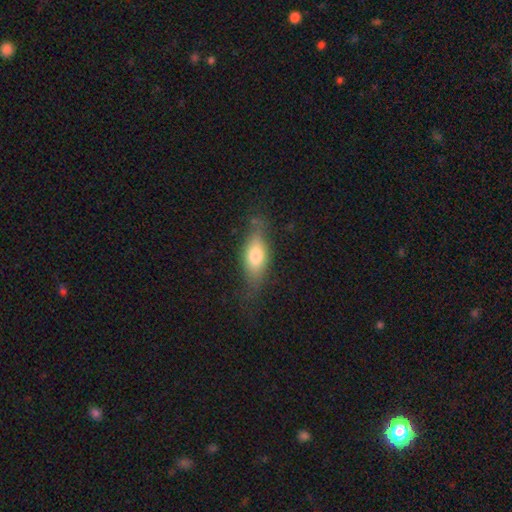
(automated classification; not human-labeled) Q: Smooth or featured?
A: smooth (68%); runner-up: featured or disk (25%)
Q: How rounded?
A: in between (75%); runner-up: cigar-shaped (21%)
Q: Merging?
A: none (66%); runner-up: minor disturbance (23%)